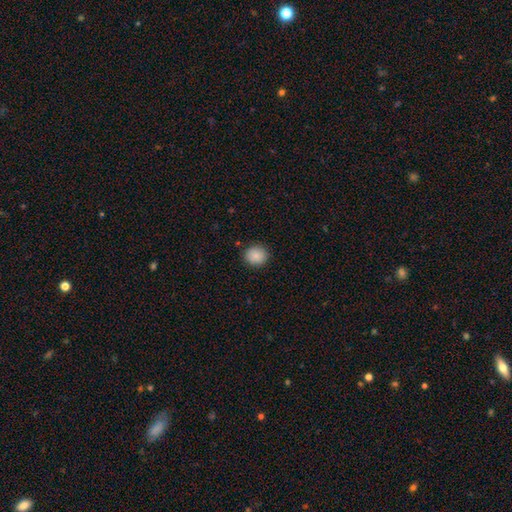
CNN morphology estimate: Q: Smooth or featured?
A: smooth (88%); runner-up: star or artifact (8%)
Q: How rounded?
A: round (85%); runner-up: in between (14%)
Q: Merging?
A: none (89%); runner-up: minor disturbance (7%)